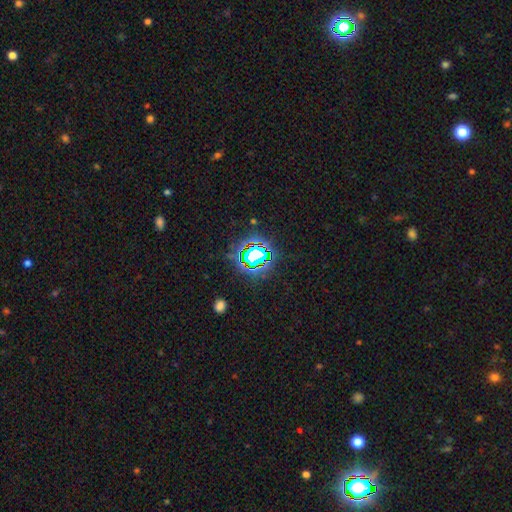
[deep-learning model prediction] Q: Smooth or featured?
A: star or artifact (73%); runner-up: smooth (15%)